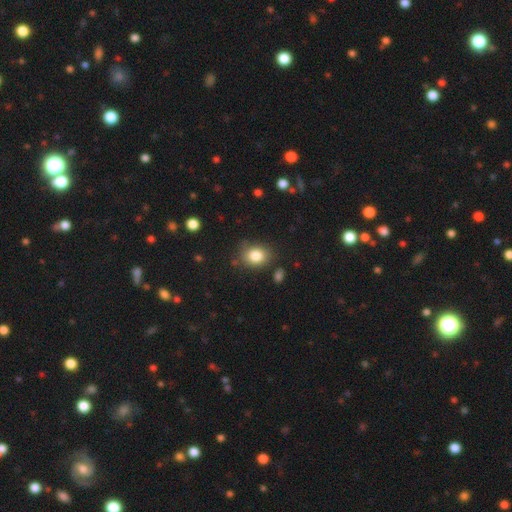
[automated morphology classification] This appears to be a smooth galaxy with no disk features (83%) that is in between round and cigar-shaped (50%). Merging: none (77%).